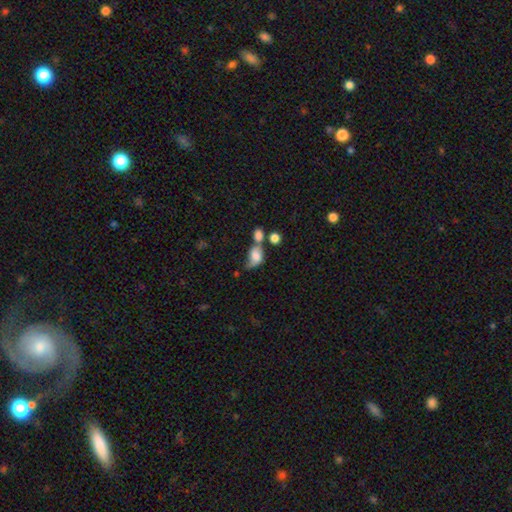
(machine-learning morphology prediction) Overall: smooth (68%). How rounded: in between (76%). Merging: merger (45%; none 22%).